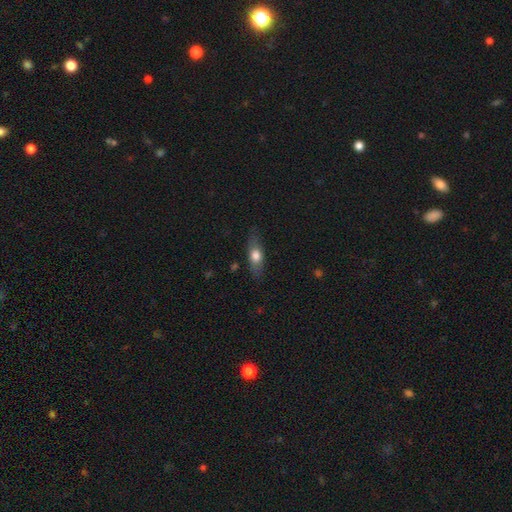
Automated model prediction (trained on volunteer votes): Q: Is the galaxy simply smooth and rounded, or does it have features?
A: smooth — 65%.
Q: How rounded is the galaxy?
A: in between — 62%.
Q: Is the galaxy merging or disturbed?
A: none — 79%.